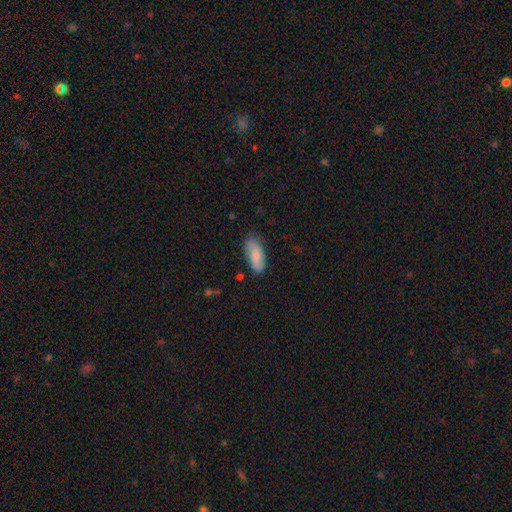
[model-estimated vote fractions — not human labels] Smooth or featured? smooth (64%)
How rounded? in between (84%)
Merging? none (73%)